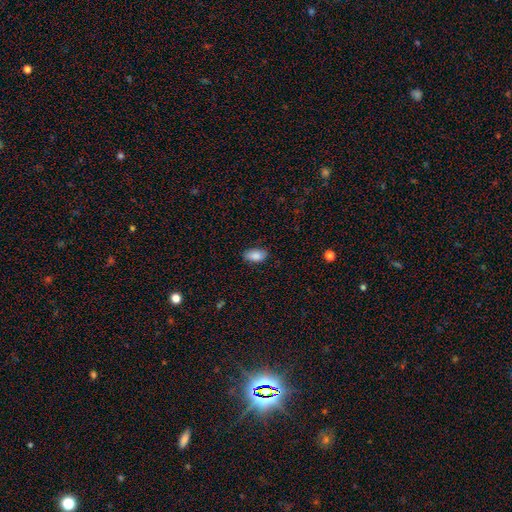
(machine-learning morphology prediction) Q: Smooth or featured?
A: smooth (85%); runner-up: featured or disk (8%)
Q: How rounded?
A: in between (93%); runner-up: round (5%)
Q: Merging?
A: none (80%); runner-up: minor disturbance (16%)